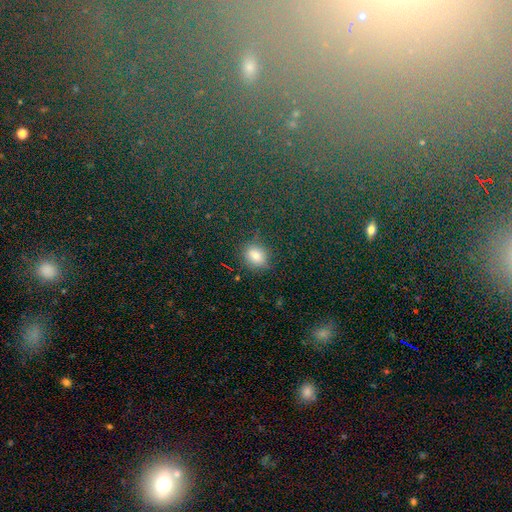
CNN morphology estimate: The model was most divided on "how rounded": round: 52%, in between: 46%, cigar-shaped: 2%. More confident: smooth or featured — smooth (77%); merging — none (76%).